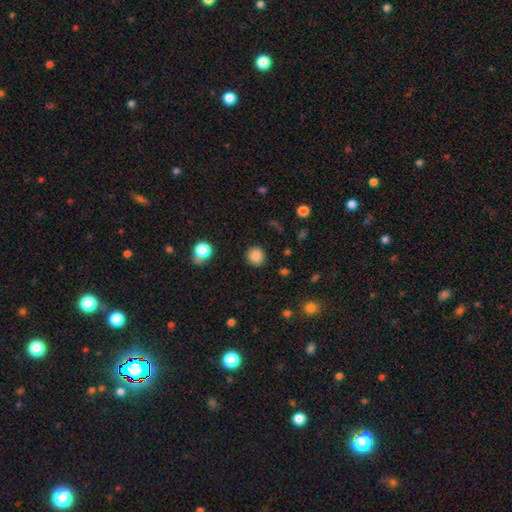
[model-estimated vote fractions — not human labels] Q: Smooth or featured?
A: smooth (85%); runner-up: star or artifact (11%)
Q: How rounded?
A: round (87%); runner-up: in between (12%)
Q: Merging?
A: none (88%); runner-up: minor disturbance (7%)